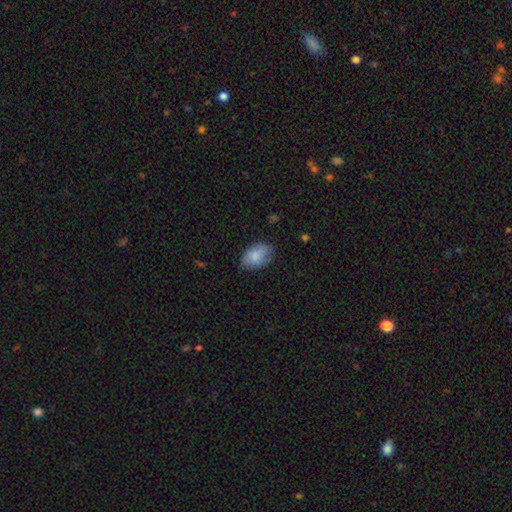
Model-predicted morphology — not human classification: type=smooth (81%); roundness=in between (88%); merging=none (75%).